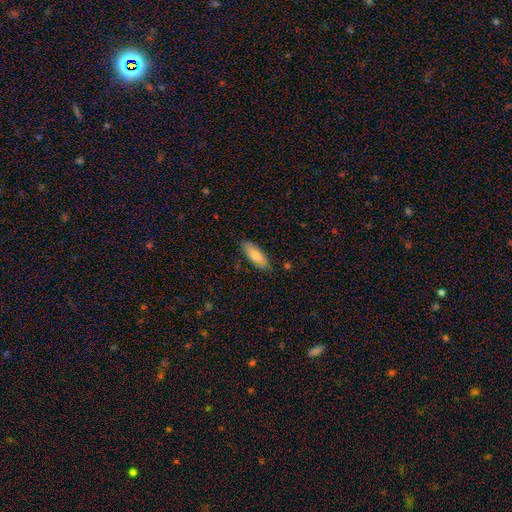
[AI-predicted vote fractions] Overall: smooth (76%). How rounded: in between (68%; cigar-shaped 31%). Merging: none (81%).